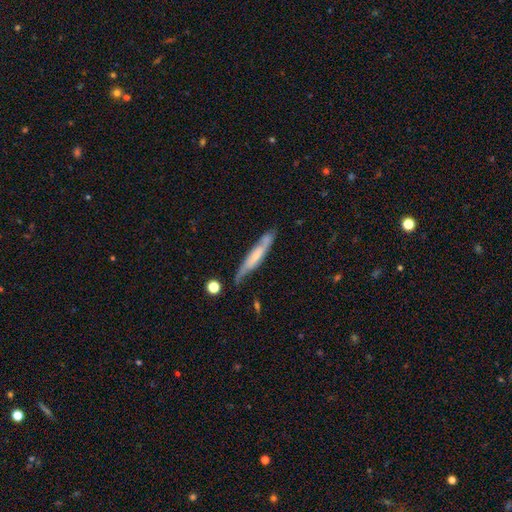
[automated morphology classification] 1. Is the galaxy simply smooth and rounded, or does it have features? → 57% featured or disk, 36% smooth, 6% star or artifact.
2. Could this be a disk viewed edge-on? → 64% yes, 36% no.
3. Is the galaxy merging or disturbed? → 63% none, 24% minor disturbance, 7% major disturbance, 5% merger.